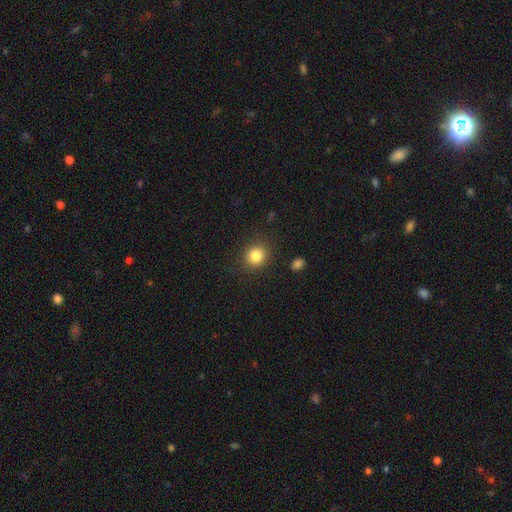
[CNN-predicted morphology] The model was most divided on "how rounded": round: 78%, in between: 22%, cigar-shaped: 1%. More confident: merging — none (86%); smooth or featured — smooth (84%).